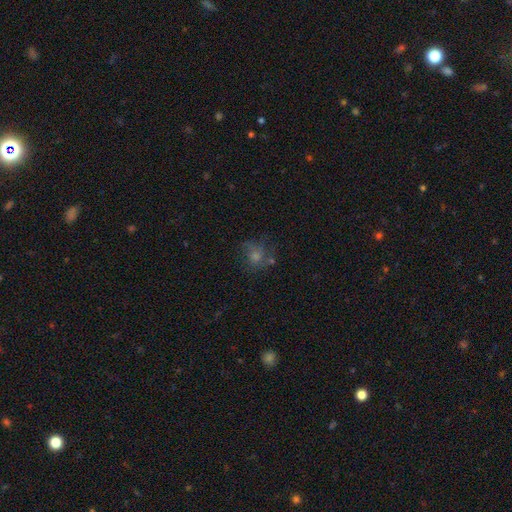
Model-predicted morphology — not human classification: Q: Smooth or featured?
A: smooth (44%); runner-up: star or artifact (29%)
Q: Merging?
A: none (62%); runner-up: minor disturbance (18%)